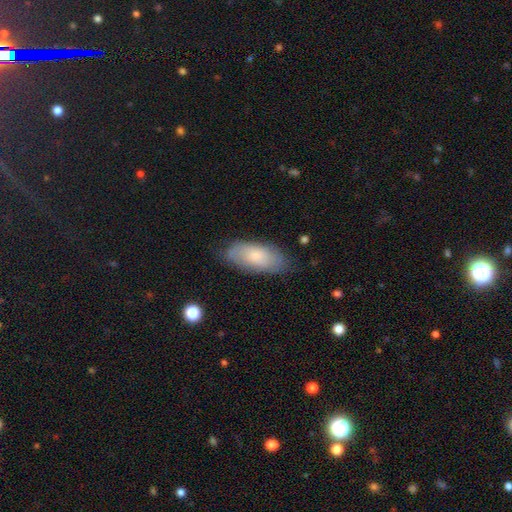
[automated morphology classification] type=smooth (71%); roundness=in between (89%); merging=none (76%).